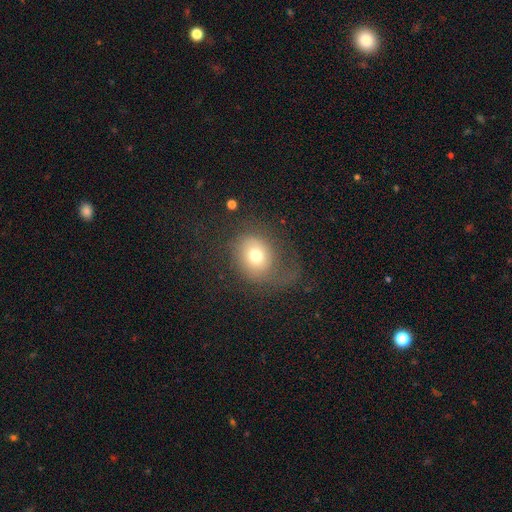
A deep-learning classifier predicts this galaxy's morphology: smooth_or_featured: smooth (p=0.65) [alt: featured or disk p=0.24]
how_rounded: round (p=0.66) [alt: in between p=0.33]
merging: none (p=0.44) [alt: major disturbance p=0.35]